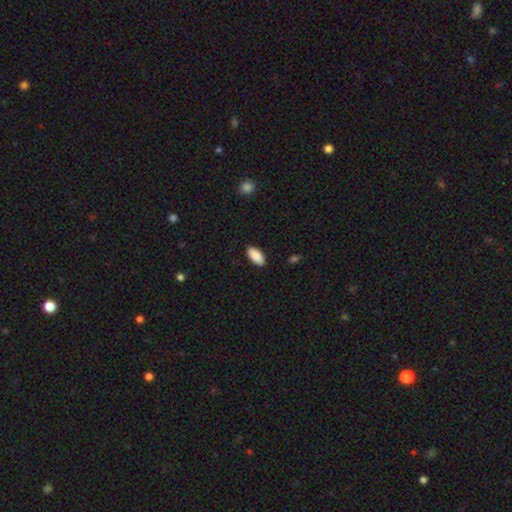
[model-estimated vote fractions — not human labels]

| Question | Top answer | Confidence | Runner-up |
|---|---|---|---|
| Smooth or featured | smooth | 91% | star or artifact (6%) |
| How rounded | in between | 93% | cigar-shaped (5%) |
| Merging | none | 89% | minor disturbance (8%) |